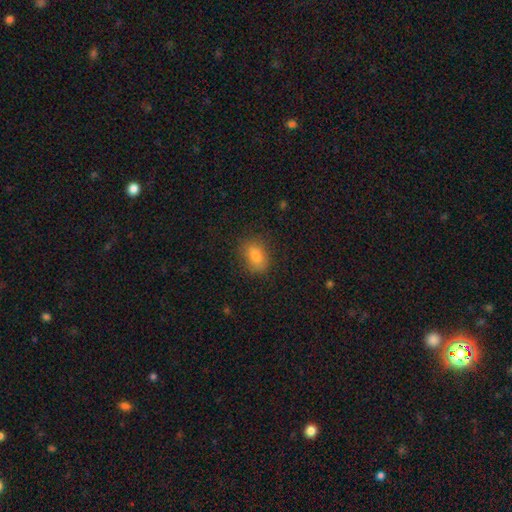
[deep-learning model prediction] Smooth or featured?
  - smooth: 83% *
  - star or artifact: 10%
  - featured or disk: 8%
How rounded?
  - in between: 80% *
  - round: 17%
  - cigar-shaped: 3%
Merging?
  - none: 82% *
  - minor disturbance: 13%
  - major disturbance: 4%
  - merger: 1%